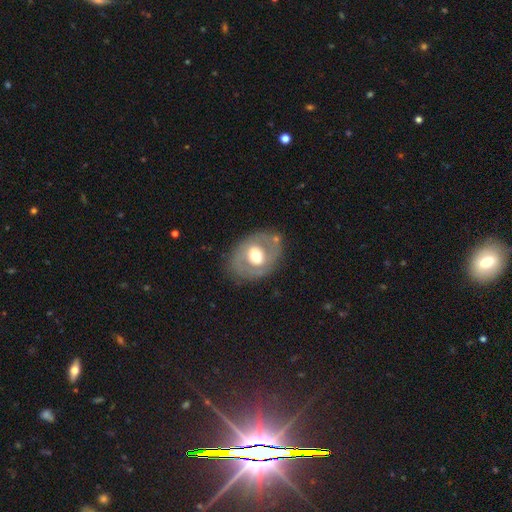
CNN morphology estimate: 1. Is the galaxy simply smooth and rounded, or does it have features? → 54% featured or disk, 40% smooth, 6% star or artifact.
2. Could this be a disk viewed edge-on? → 94% no, 6% yes.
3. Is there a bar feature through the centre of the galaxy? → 61% no, 28% weak, 11% strong.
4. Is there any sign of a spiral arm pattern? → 75% no, 25% yes.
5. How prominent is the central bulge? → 63% moderate, 27% large, 8% small, 2% dominant, 1% none.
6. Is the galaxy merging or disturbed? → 73% none, 16% minor disturbance, 8% major disturbance, 3% merger.